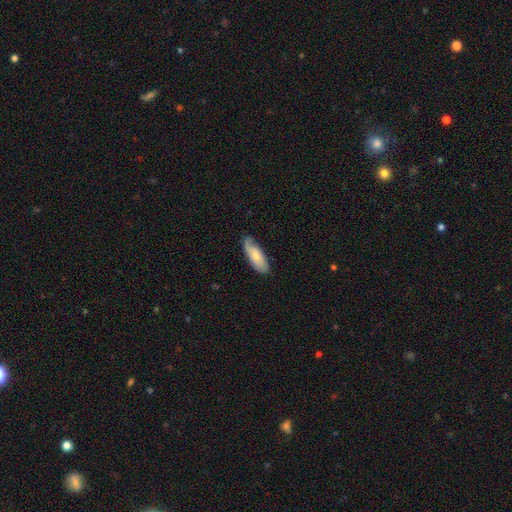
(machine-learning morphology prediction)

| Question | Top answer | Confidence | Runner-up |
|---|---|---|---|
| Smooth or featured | smooth | 67% | featured or disk (27%) |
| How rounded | in between | 73% | cigar-shaped (25%) |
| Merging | none | 70% | minor disturbance (23%) |